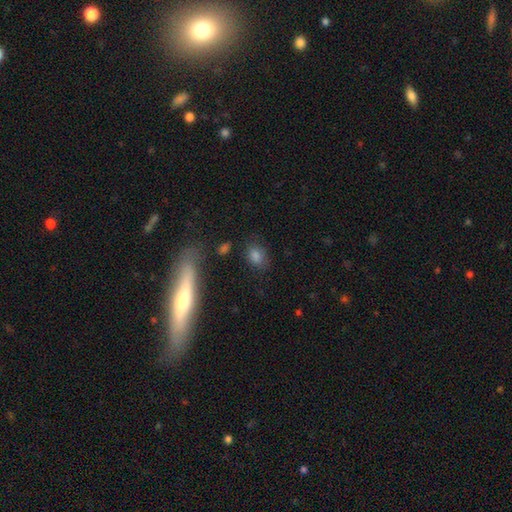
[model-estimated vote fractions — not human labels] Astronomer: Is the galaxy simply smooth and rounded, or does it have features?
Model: smooth — 78%.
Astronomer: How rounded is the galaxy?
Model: in between — 66%.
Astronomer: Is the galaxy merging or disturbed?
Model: none — 76%.